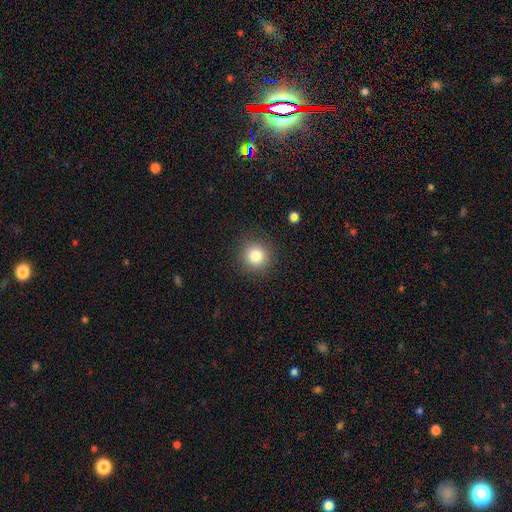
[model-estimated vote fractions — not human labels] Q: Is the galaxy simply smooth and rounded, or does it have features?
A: smooth — 82%.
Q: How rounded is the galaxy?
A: round — 93%.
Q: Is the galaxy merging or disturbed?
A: none — 89%.